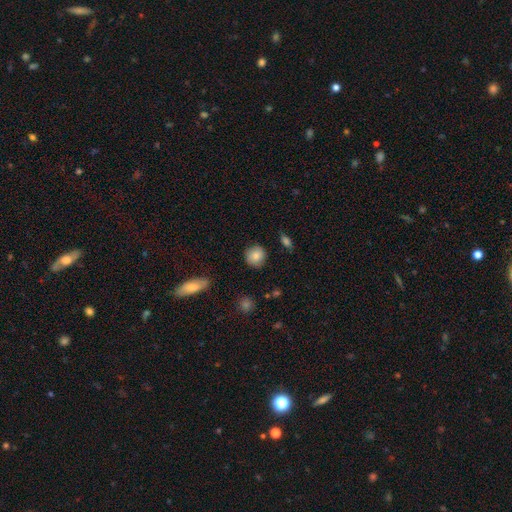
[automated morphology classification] Smooth or featured? smooth (82%)
How rounded? round (89%)
Merging? none (85%)